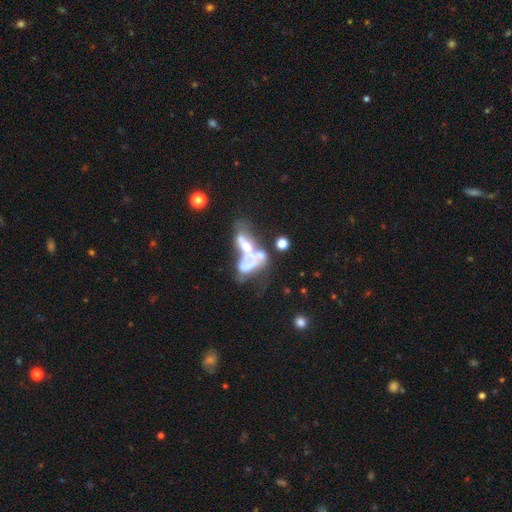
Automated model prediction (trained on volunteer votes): A featured or disk galaxy (62%) with no bar (82%), no spiral arms (86%) and no central bulge (35%). Merging: merger (61%).